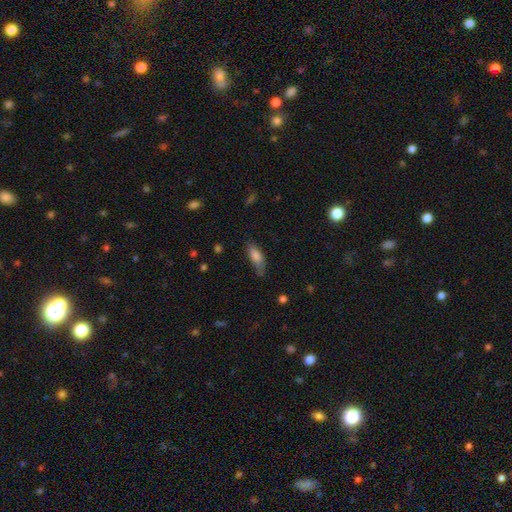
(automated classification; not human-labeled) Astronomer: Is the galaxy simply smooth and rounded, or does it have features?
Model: smooth — 79%.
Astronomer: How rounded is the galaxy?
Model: in between — 66%.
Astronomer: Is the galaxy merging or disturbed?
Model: none — 56% (runner-up: minor disturbance, 32%).